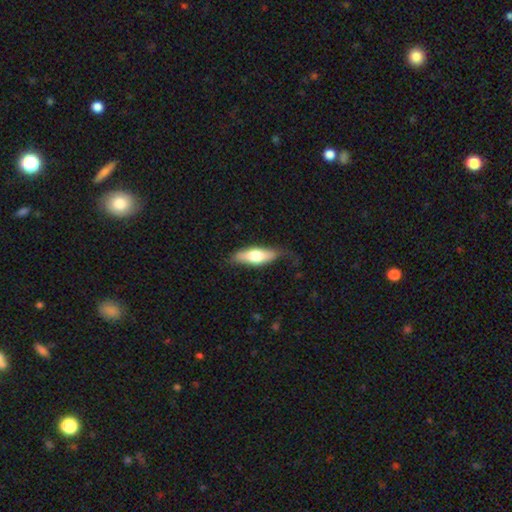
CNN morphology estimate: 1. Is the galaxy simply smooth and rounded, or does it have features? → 60% smooth, 35% featured or disk, 5% star or artifact.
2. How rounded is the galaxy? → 58% in between, 39% cigar-shaped, 3% round.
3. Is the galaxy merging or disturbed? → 71% none, 23% minor disturbance, 6% major disturbance, 1% merger.